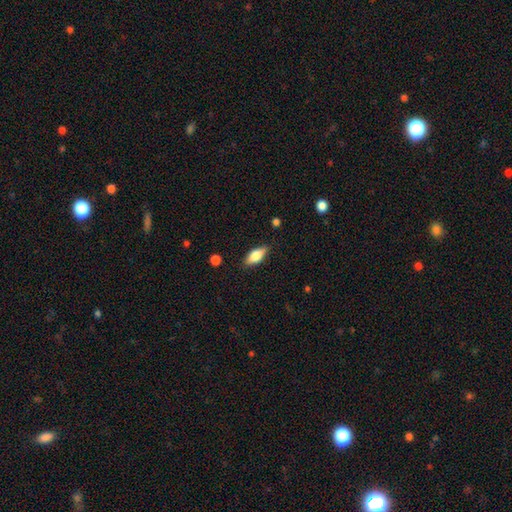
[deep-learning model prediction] smooth_or_featured: smooth (p=0.71) [alt: featured or disk p=0.22]
how_rounded: in between (p=0.81) [alt: cigar-shaped p=0.16]
merging: none (p=0.83) [alt: minor disturbance p=0.13]